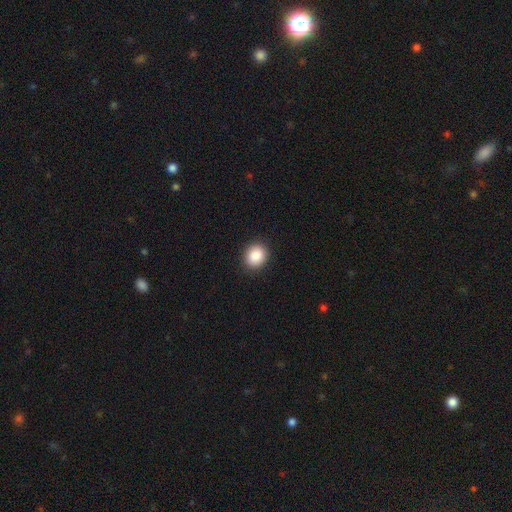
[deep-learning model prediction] Smooth or featured? smooth (88%)
How rounded? round (69%)
Merging? none (90%)